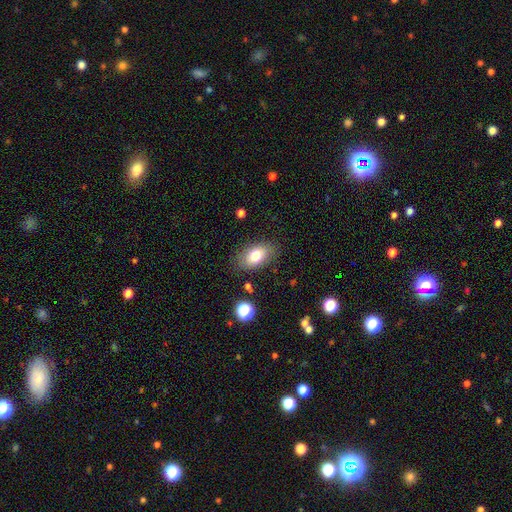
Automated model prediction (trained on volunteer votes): A smooth galaxy with no disk features (77%) that is in between round and cigar-shaped (89%).

Vote fractions:
- Smooth or featured? smooth: 77% / featured or disk: 14% / star or artifact: 9%
- How rounded? in between: 89% / round: 9% / cigar-shaped: 2%
- Merging? none: 82% / minor disturbance: 12% / major disturbance: 4% / merger: 2%